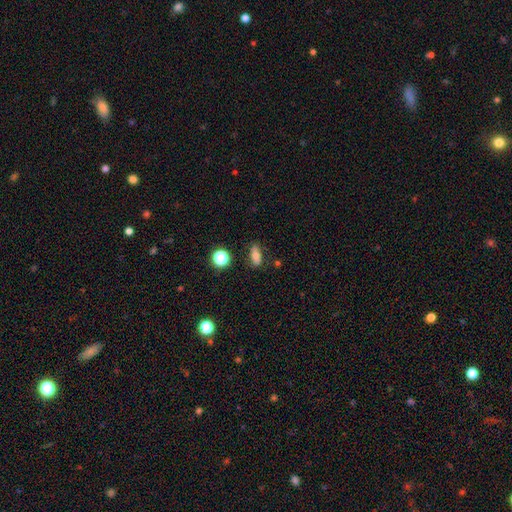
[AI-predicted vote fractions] Smooth or featured?
  - smooth: 68% *
  - featured or disk: 18%
  - star or artifact: 13%
How rounded?
  - in between: 69% *
  - cigar-shaped: 19%
  - round: 12%
Merging?
  - none: 75% *
  - minor disturbance: 17%
  - major disturbance: 5%
  - merger: 3%